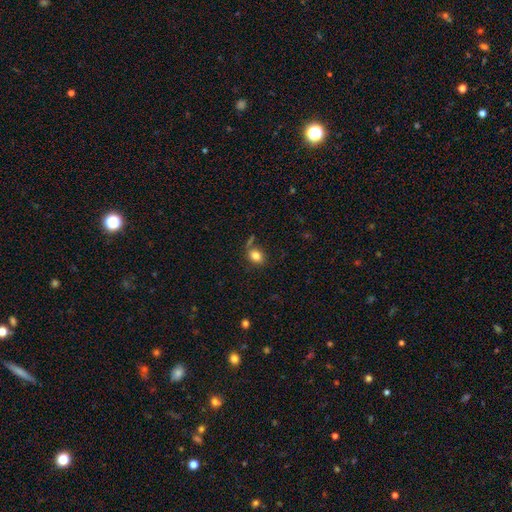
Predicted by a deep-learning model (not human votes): Morphology: type=smooth (81%); roundness=in between (62%); merging=none (63%).